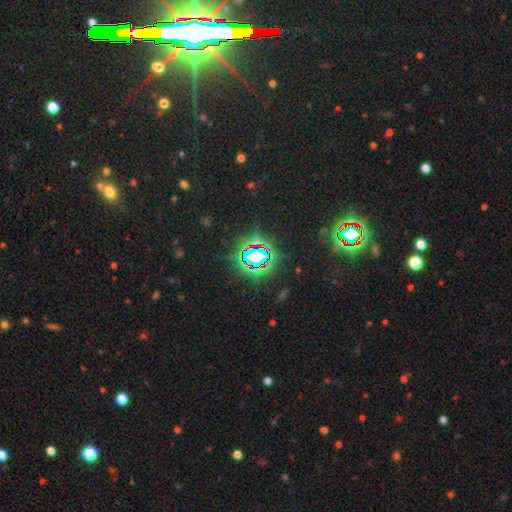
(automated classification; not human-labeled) star or artifact 78%, smooth 13%, featured or disk 9%.